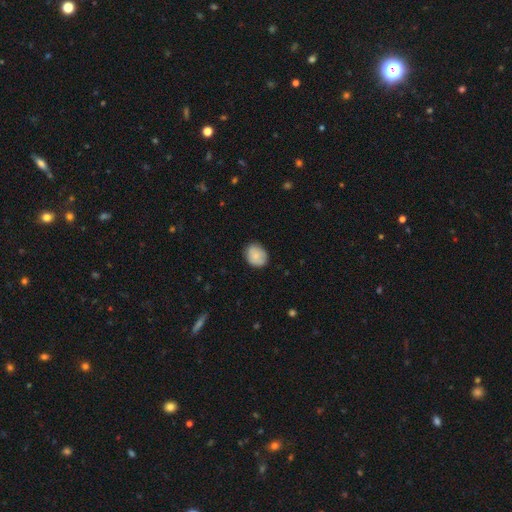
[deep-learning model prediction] Smooth or featured? smooth (83%)
How rounded? round (53%)
Merging? none (82%)